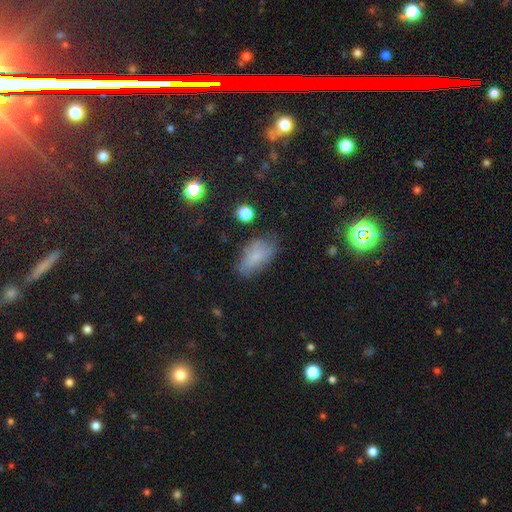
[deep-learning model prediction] Q: Smooth or featured?
A: smooth (67%); runner-up: featured or disk (21%)
Q: How rounded?
A: in between (91%); runner-up: round (5%)
Q: Merging?
A: none (61%); runner-up: minor disturbance (27%)